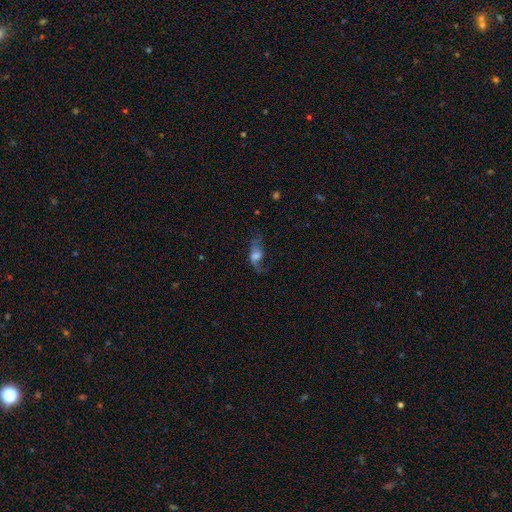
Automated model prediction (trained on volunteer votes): Smooth or featured?
  - featured or disk: 47% *
  - smooth: 42%
  - star or artifact: 12%
Merging?
  - major disturbance: 41% *
  - none: 35%
  - minor disturbance: 21%
  - merger: 3%